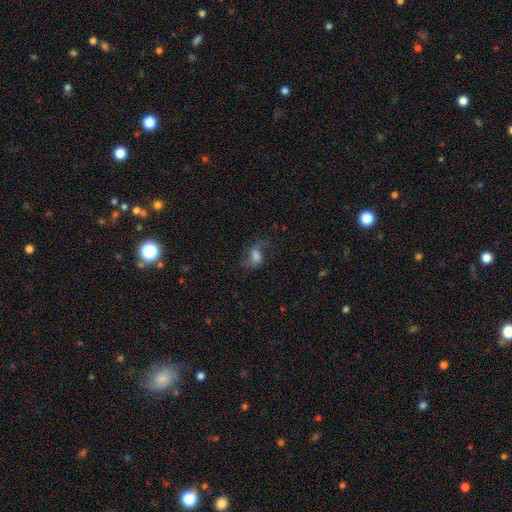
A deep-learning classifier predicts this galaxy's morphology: This appears to be a smooth galaxy with no disk features (48%). Merging: none (46%).